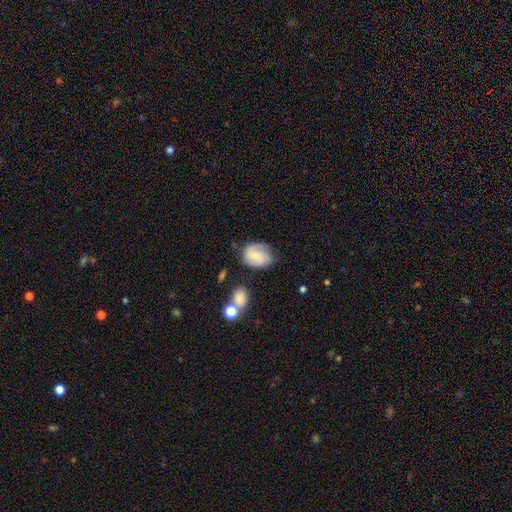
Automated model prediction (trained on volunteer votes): smooth-or-featured: smooth: 47% | featured or disk: 46% | star or artifact: 8%
  merging: none: 62% | minor disturbance: 26% | major disturbance: 8% | merger: 4%